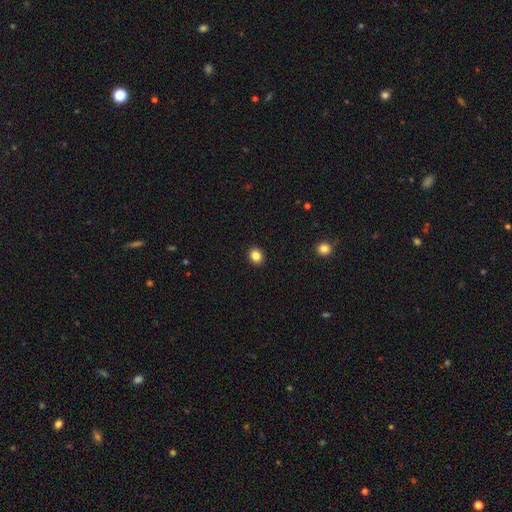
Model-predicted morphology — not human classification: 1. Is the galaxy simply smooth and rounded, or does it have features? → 85% smooth, 10% star or artifact, 4% featured or disk.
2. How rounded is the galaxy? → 62% round, 37% in between, 1% cigar-shaped.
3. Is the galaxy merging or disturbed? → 92% none, 5% minor disturbance, 2% major disturbance, 1% merger.